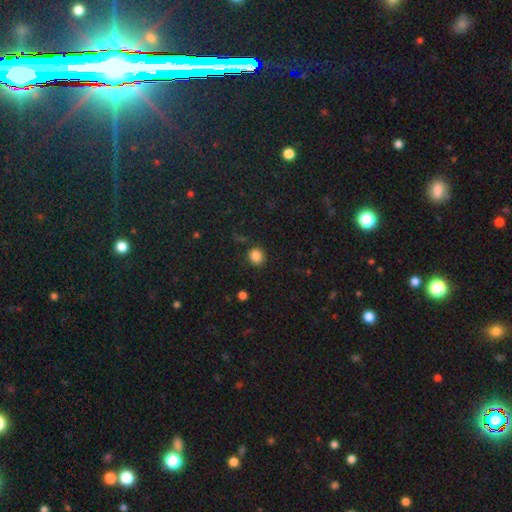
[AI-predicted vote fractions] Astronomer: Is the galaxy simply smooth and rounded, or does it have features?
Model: smooth — 85%.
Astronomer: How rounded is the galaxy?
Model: round — 86%.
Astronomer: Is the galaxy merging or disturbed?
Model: none — 84%.